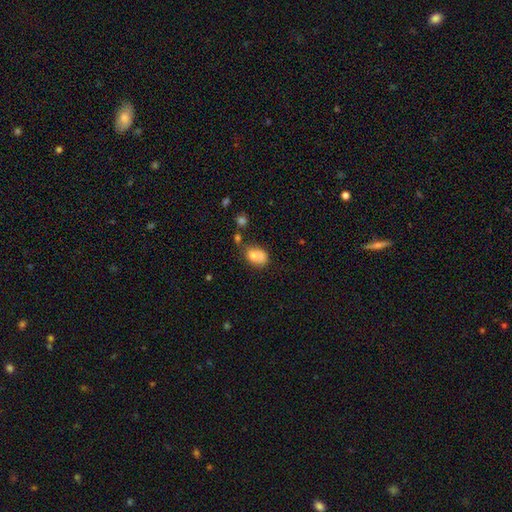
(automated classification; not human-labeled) A smooth galaxy with no disk features (73%) that is in between round and cigar-shaped (68%). Merging: merger (43%).